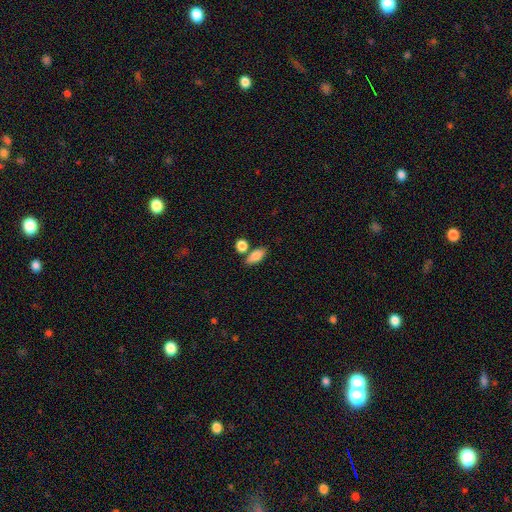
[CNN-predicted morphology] A smooth galaxy with no disk features (84%) that is in between round and cigar-shaped (86%). Merging: none (64%).